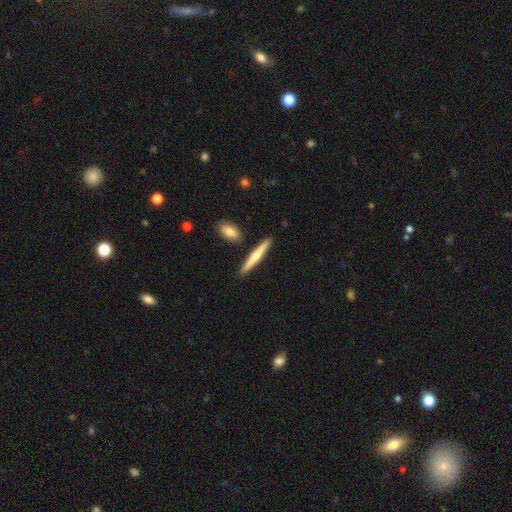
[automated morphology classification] This appears to be a featured or disk galaxy (48%). Merging: none (87%).